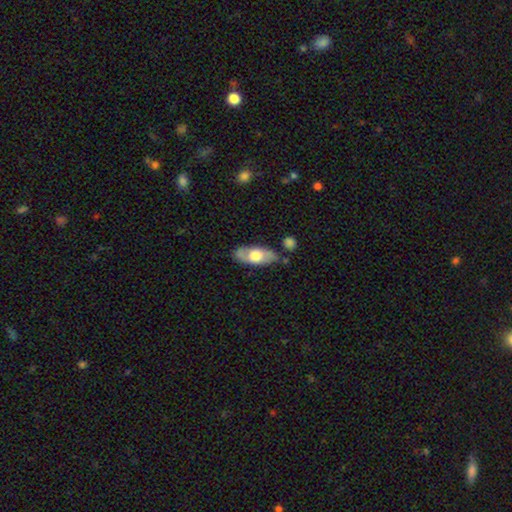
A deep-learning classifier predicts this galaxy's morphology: Overall: smooth (48%; featured or disk 47%). Merging: none (75%).